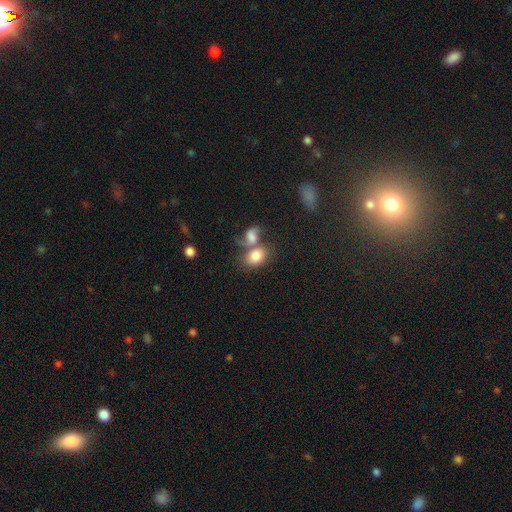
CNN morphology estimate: A smooth galaxy with no disk features (77%) that is in between round and cigar-shaped (71%). Merging: merger (54%).